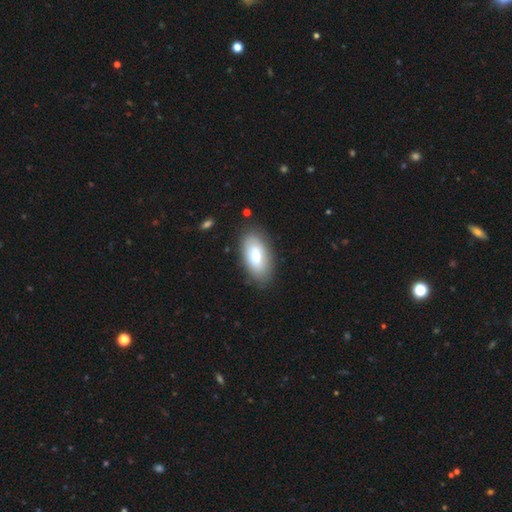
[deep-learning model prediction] smooth-or-featured: smooth: 75% | featured or disk: 18% | star or artifact: 6%
  how-rounded: in between: 93% | cigar-shaped: 5% | round: 3%
  merging: none: 82% | minor disturbance: 12% | major disturbance: 4% | merger: 2%